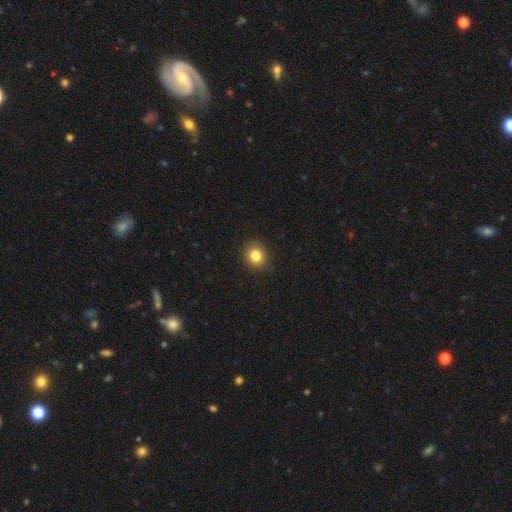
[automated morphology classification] A smooth galaxy with no disk features (82%) that is round (72%). Merging: none (90%).